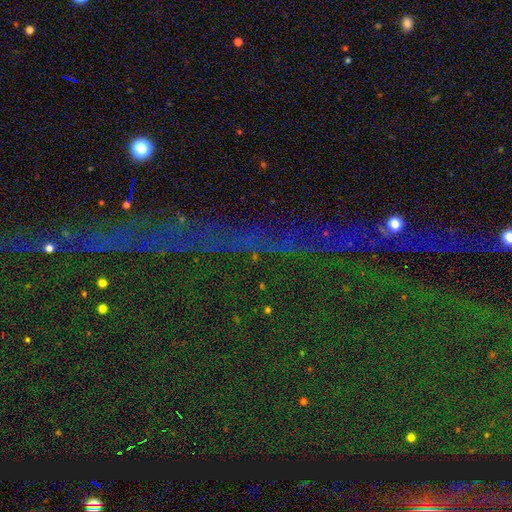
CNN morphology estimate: This is clearly a star or artifact rather than a galaxy (83%).